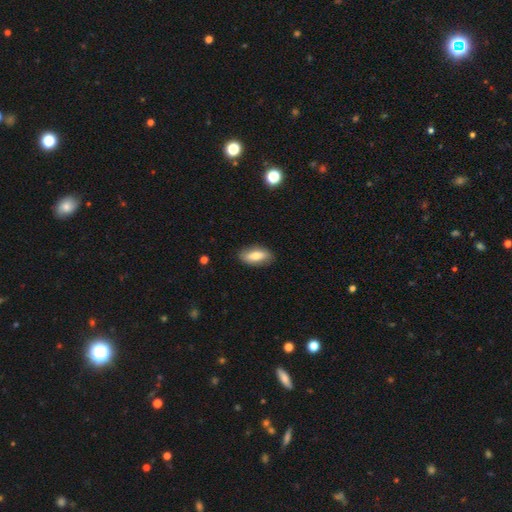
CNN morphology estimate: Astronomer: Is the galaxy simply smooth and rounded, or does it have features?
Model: smooth — 73%.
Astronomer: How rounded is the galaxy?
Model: in between — 85%.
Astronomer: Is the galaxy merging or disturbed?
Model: none — 85%.